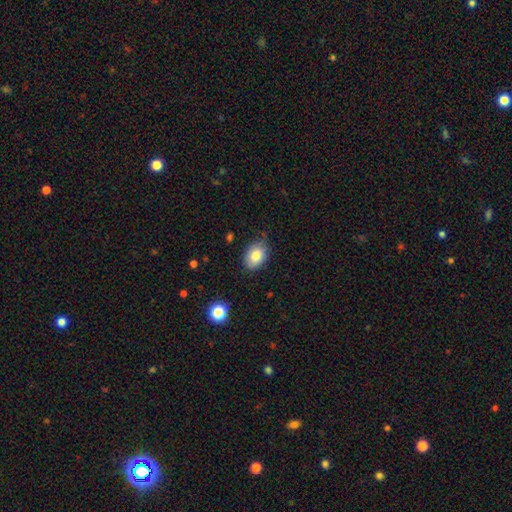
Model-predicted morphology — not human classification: smooth 84%, featured or disk 8%, star or artifact 8%. Down the decision tree: how rounded — in between (80%); merging — none (79%).